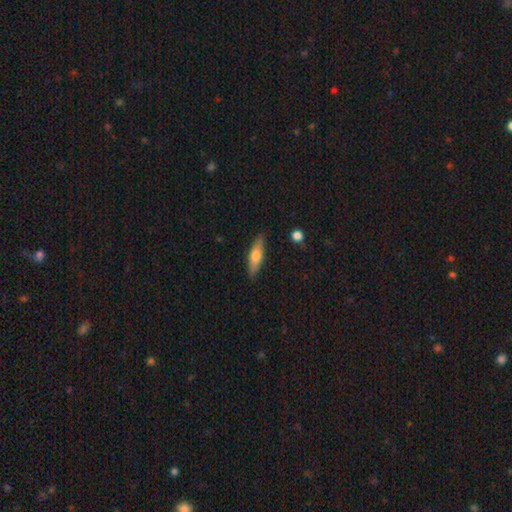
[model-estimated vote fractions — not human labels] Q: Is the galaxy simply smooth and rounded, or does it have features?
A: smooth — 59%.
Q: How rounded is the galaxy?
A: cigar-shaped — 53%.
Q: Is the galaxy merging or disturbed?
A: none — 86%.